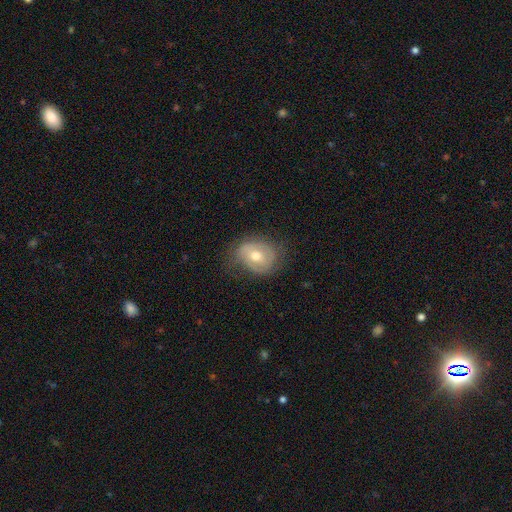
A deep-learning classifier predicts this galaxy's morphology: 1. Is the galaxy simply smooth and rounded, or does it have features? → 49% featured or disk, 43% smooth, 8% star or artifact.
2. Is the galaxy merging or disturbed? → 63% none, 25% minor disturbance, 11% major disturbance, 1% merger.